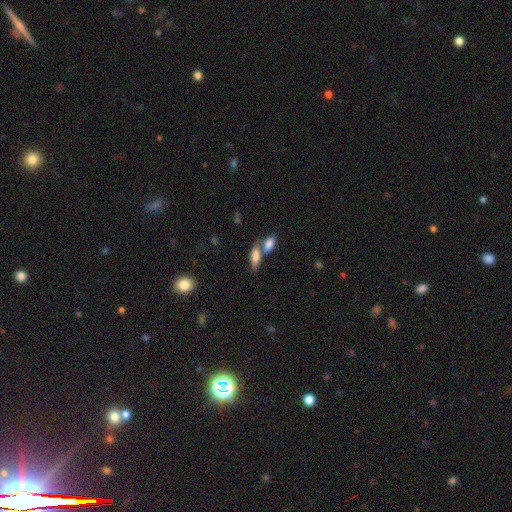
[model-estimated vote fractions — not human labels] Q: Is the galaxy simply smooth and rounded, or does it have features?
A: smooth — 79%.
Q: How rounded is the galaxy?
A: in between — 74%.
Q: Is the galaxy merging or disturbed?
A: merger — 49%.